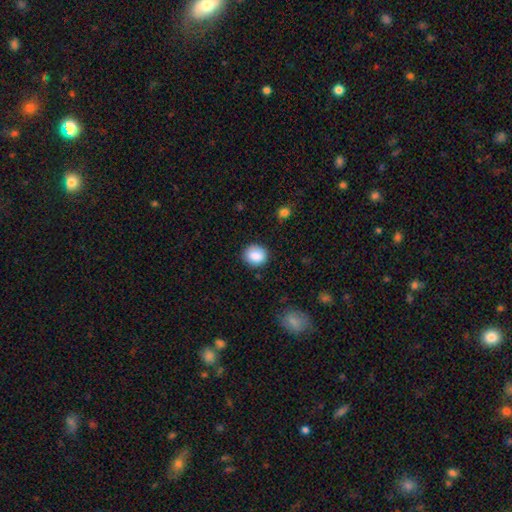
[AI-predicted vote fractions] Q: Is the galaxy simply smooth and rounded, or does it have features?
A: smooth — 87%.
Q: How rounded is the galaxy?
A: round — 78%.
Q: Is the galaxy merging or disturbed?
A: none — 86%.